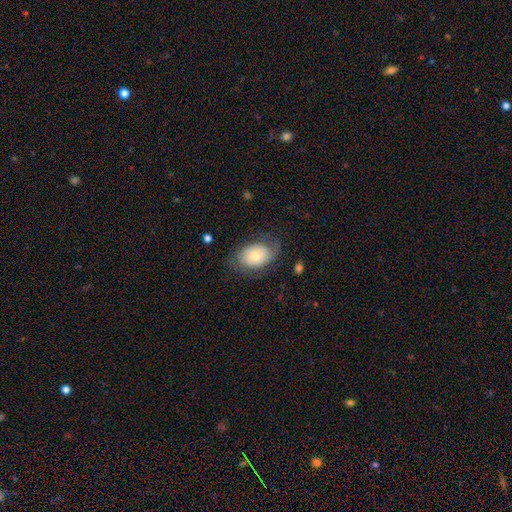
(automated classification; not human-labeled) This is possibly a smooth galaxy (58%). How rounded: likely in between (80%). Merging: possibly none (58%).